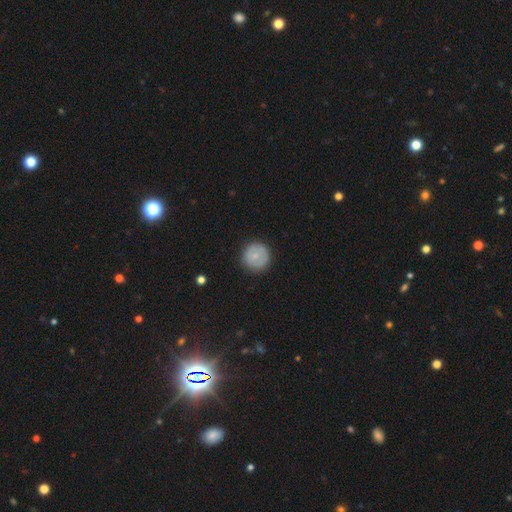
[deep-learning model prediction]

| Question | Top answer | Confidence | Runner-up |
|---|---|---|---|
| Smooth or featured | smooth | 69% | featured or disk (24%) |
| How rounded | round | 95% | in between (4%) |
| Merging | none | 86% | minor disturbance (10%) |